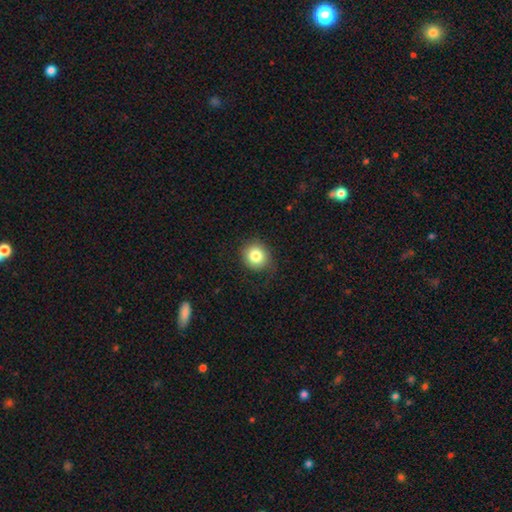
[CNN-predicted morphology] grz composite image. It shows a smooth galaxy with no disk features (82%) that is round (84%). Merging: none (80%).